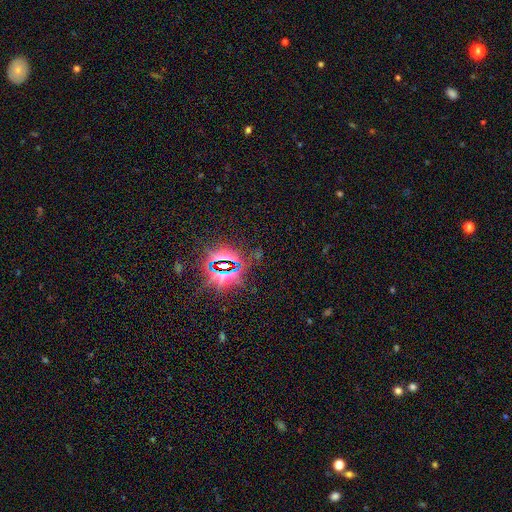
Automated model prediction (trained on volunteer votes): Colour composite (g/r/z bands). It shows a star or artifact, not a galaxy (83%).